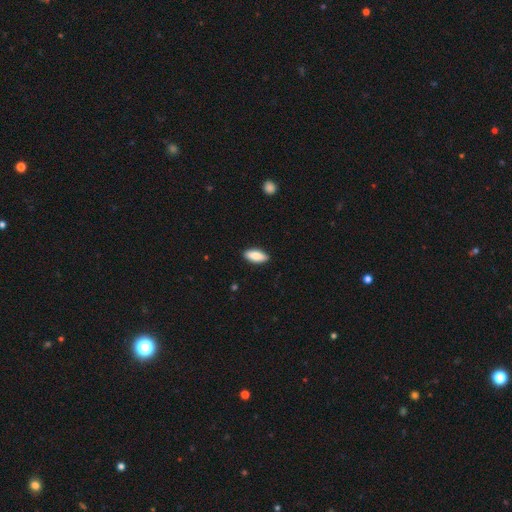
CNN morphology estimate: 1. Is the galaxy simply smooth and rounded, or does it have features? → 87% smooth, 8% featured or disk, 6% star or artifact.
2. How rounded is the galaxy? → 83% in between, 15% cigar-shaped, 2% round.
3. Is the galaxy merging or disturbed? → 90% none, 8% minor disturbance, 2% major disturbance, 1% merger.